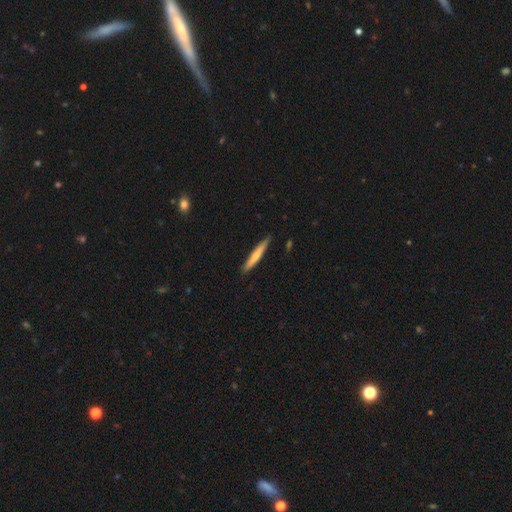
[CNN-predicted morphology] Smooth or featured? smooth (58%)
How rounded? cigar-shaped (94%)
Merging? none (87%)